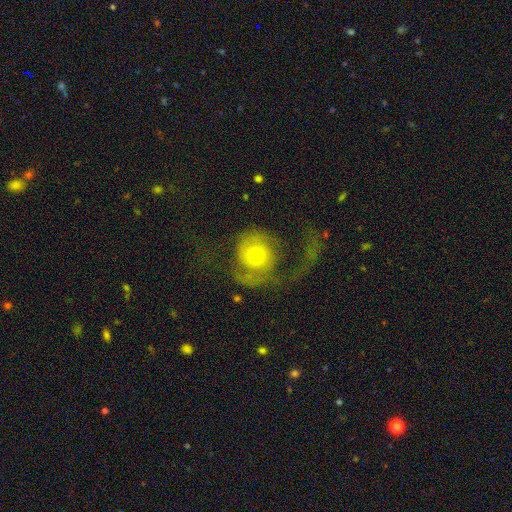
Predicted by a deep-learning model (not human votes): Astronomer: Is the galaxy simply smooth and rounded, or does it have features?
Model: featured or disk — 55% (runner-up: smooth, 37%).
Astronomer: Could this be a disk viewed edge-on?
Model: no — 97%.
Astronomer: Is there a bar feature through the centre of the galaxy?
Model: no — 81%.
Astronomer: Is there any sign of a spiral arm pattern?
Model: yes — 68%.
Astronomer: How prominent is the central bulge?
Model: moderate — 59%.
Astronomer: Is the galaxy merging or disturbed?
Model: major disturbance — 54%.